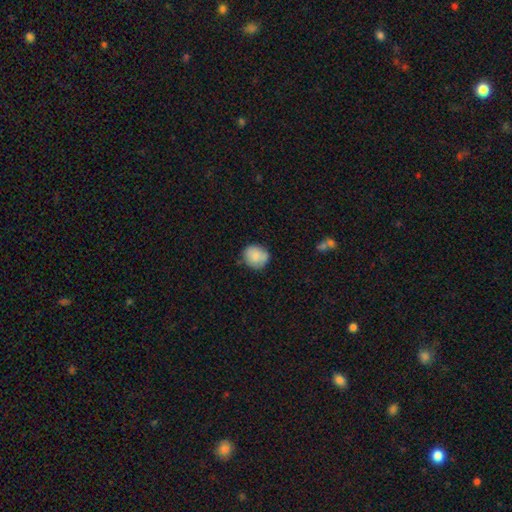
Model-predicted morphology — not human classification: smooth_or_featured: smooth (p=0.82) [alt: featured or disk p=0.11]
how_rounded: round (p=0.79) [alt: in between p=0.20]
merging: none (p=0.73) [alt: minor disturbance p=0.21]